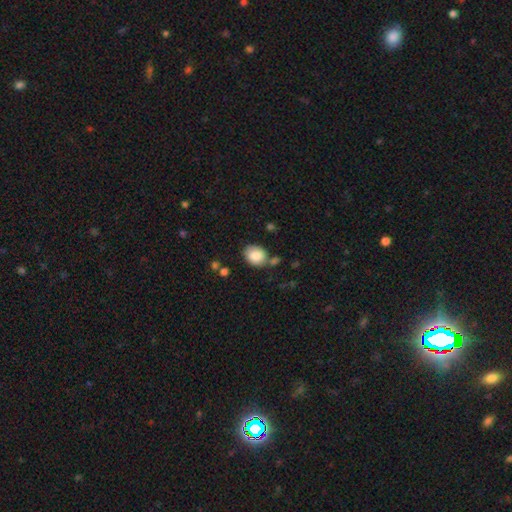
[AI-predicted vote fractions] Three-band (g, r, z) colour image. It shows a smooth galaxy with no disk features (86%) that is in between round and cigar-shaped (52%). Merging: none (66%).